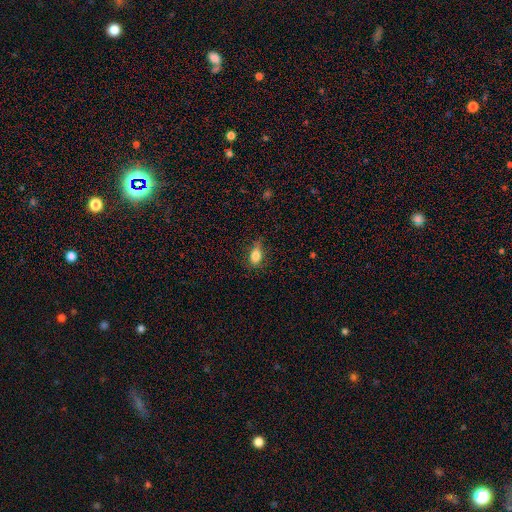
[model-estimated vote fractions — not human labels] The model was most divided on "merging": none: 64%, minor disturbance: 27%, major disturbance: 7%, merger: 1%. More confident: smooth or featured — smooth (82%); how rounded — in between (81%).